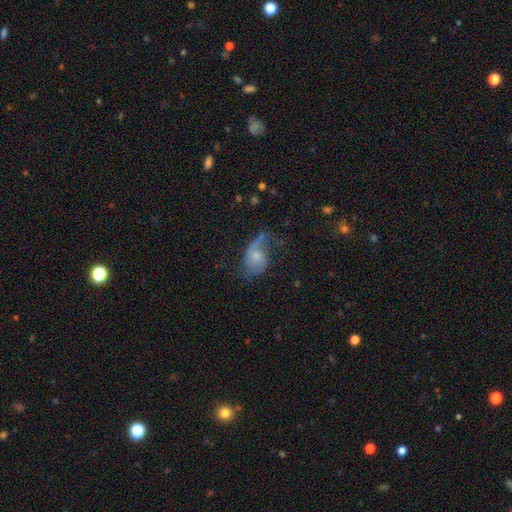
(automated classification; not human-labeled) The model was most divided on "bulge size": small: 44%, moderate: 39%, none: 10%, large: 6%, dominant: 2%. Remaining: edge-on disk — no (97%); spiral arms — yes (87%); bar — no (67%); smooth or featured — featured or disk (65%); spiral winding — loose (64%); spiral arm count — 2 (60%); merging — none (40%).